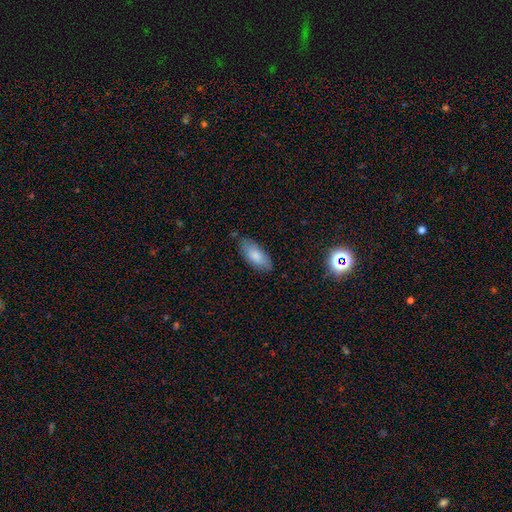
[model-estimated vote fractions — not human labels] Overall: smooth (80%). How rounded: in between (84%). Merging: none (74%).